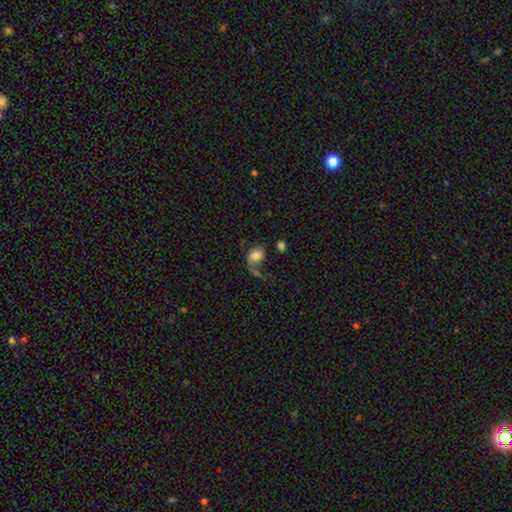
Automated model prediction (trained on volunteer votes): Smooth or featured?
  - smooth: 73% *
  - featured or disk: 17%
  - star or artifact: 9%
How rounded?
  - in between: 74% *
  - round: 25%
  - cigar-shaped: 1%
Merging?
  - none: 34% *
  - major disturbance: 26%
  - merger: 22%
  - minor disturbance: 18%